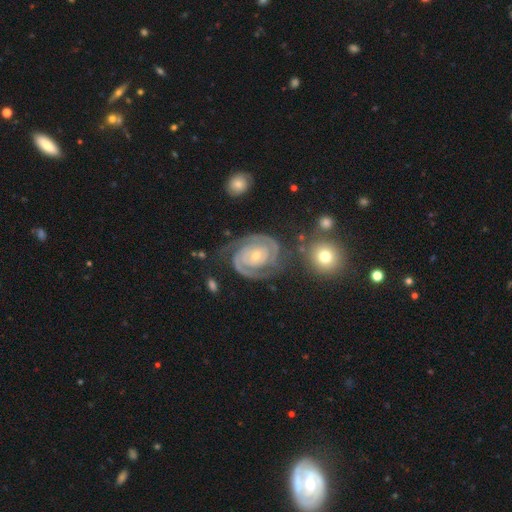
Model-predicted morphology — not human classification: Q: Smooth or featured?
A: featured or disk (92%); runner-up: star or artifact (4%)
Q: Edge-on disk?
A: no (98%); runner-up: yes (2%)
Q: Bar?
A: no (69%); runner-up: weak (21%)
Q: Spiral arms?
A: yes (98%); runner-up: no (2%)
Q: Spiral winding?
A: tight (79%); runner-up: medium (18%)
Q: Spiral arm count?
A: 2 (77%); runner-up: 3 (9%)
Q: Bulge size?
A: small (68%); runner-up: moderate (28%)
Q: Merging?
A: none (68%); runner-up: minor disturbance (18%)